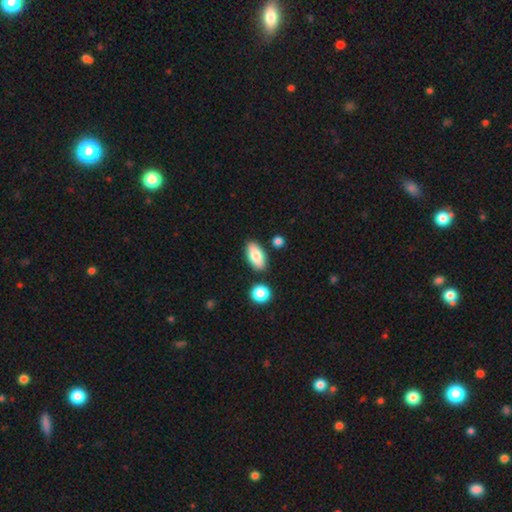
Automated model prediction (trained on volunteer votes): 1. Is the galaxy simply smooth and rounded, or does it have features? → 82% smooth, 11% featured or disk, 7% star or artifact.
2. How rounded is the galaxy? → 91% in between, 5% cigar-shaped, 4% round.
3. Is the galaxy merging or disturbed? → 84% none, 9% minor disturbance, 5% merger, 2% major disturbance.